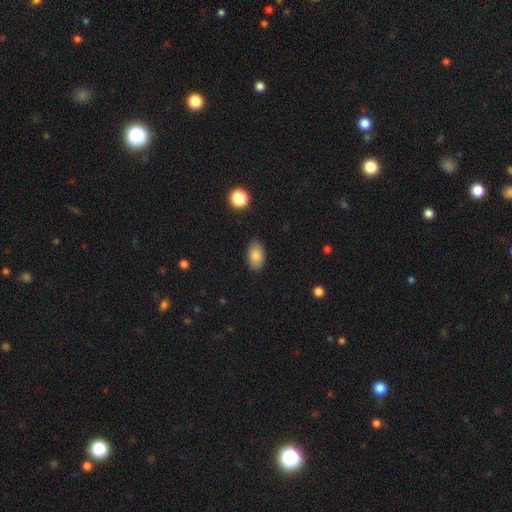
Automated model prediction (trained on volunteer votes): smooth 85%, star or artifact 8%, featured or disk 7%. Down the decision tree: how rounded — in between (91%); merging — none (85%).